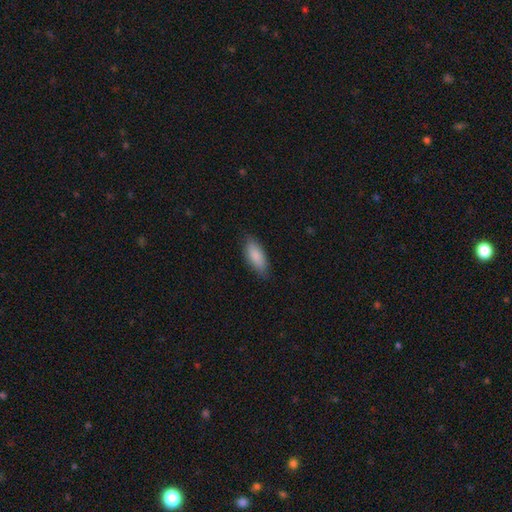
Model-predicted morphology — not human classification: A smooth galaxy with no disk features (86%) that is in between round and cigar-shaped (80%). Merging: none (81%).